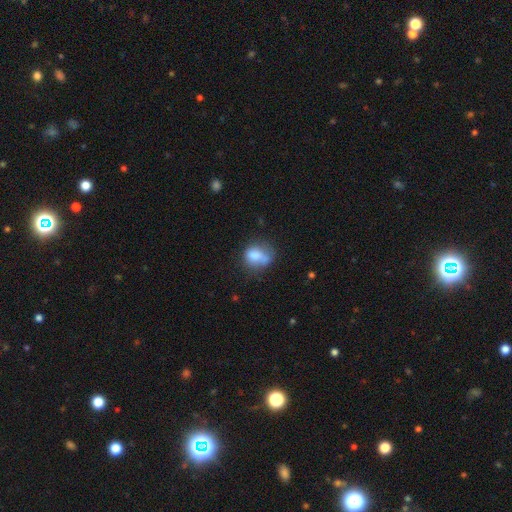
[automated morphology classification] Smooth or featured?
  - smooth: 73% *
  - featured or disk: 18%
  - star or artifact: 10%
How rounded?
  - in between: 50% *
  - round: 49%
  - cigar-shaped: 1%
Merging?
  - none: 36% *
  - minor disturbance: 24%
  - merger: 24%
  - major disturbance: 15%